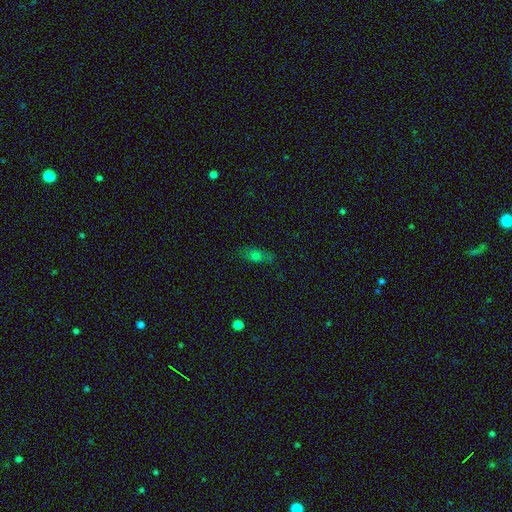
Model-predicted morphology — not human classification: The model was most divided on "smooth or featured": smooth: 64%, featured or disk: 22%, star or artifact: 15%. More confident: merging — none (78%); how rounded — in between (67%).